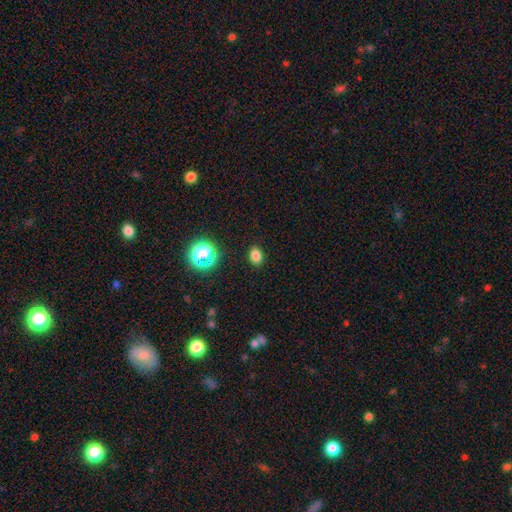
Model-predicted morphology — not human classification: smooth-or-featured: smooth: 80% | star or artifact: 15% | featured or disk: 5%
  how-rounded: in between: 65% | round: 34% | cigar-shaped: 1%
  merging: none: 89% | minor disturbance: 8% | major disturbance: 2% | merger: 1%